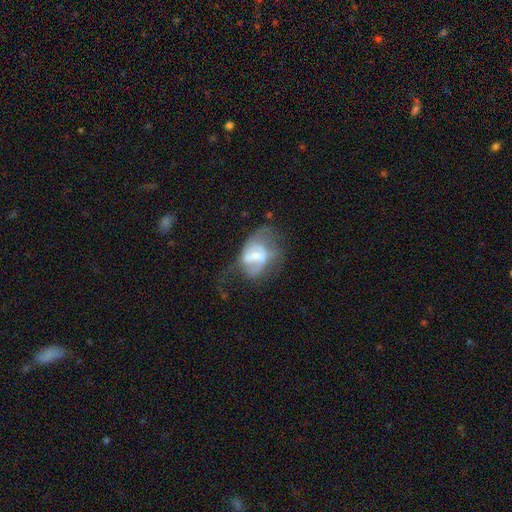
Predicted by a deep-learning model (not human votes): Smooth or featured? featured or disk (63%)
Edge-on disk? no (97%)
Bar? weak (43%)
Spiral arms? yes (64%)
Bulge size? small (46%)
Merging? major disturbance (41%)